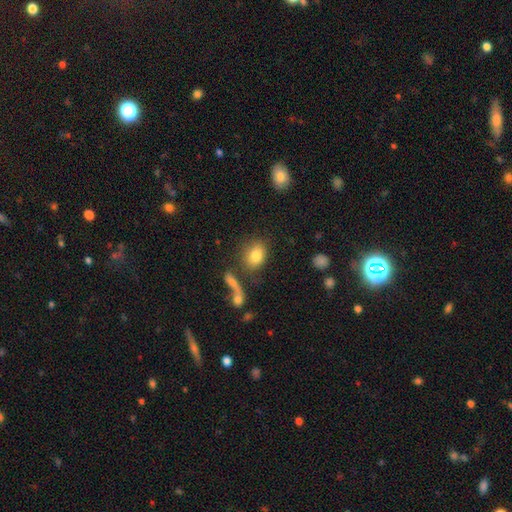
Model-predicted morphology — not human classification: Overall: smooth (81%). How rounded: in between (65%; round 32%). Merging: none (67%).